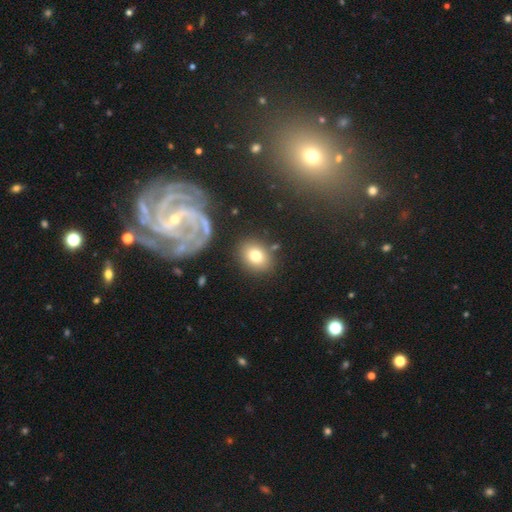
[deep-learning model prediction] Smooth or featured: smooth — 75% (featured or disk — 14%)
How rounded: in between — 51% (round — 48%)
Merging: none — 81% (minor disturbance — 11%)